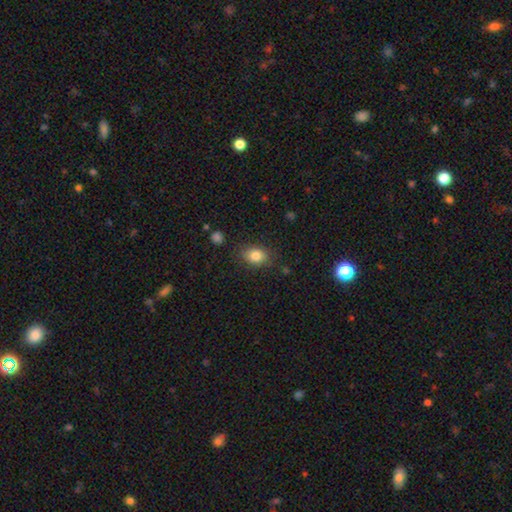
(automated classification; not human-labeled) Morphology: type=smooth (83%); roundness=in between (66%); merging=none (82%).